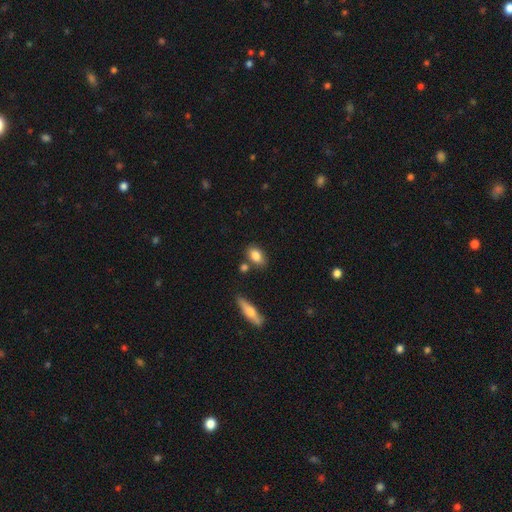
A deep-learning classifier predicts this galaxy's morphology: Smooth or featured? smooth (82%)
How rounded? in between (82%)
Merging? none (74%)